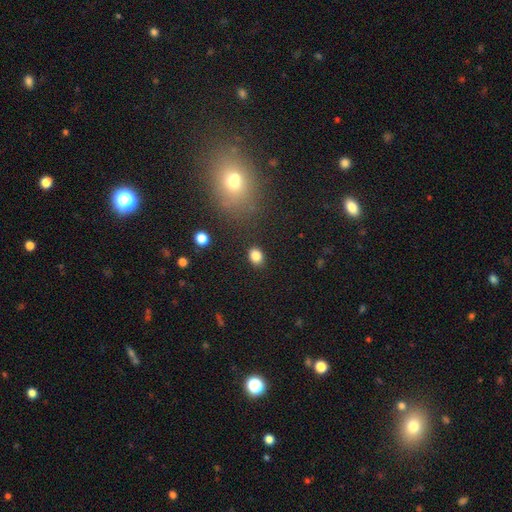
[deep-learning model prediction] Overall: smooth (85%). How rounded: in between (59%; round 40%). Merging: none (86%).